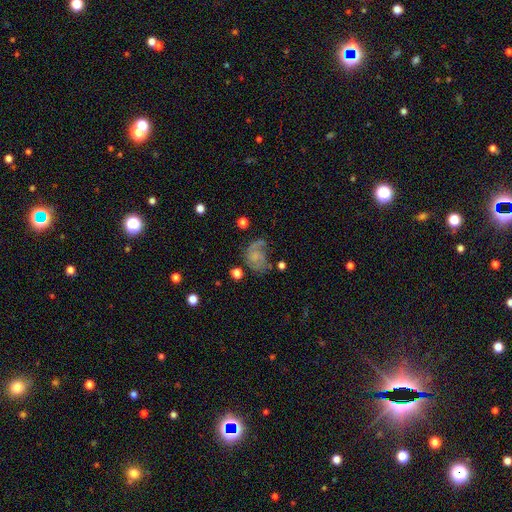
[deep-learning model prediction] Smooth or featured: featured or disk — 59% (smooth — 29%)
Edge-on disk: no — 98% (yes — 2%)
Bar: no — 73% (weak — 23%)
Spiral arms: yes — 81% (no — 19%)
Bulge size: small — 44% (none — 38%)
Merging: none — 39% (major disturbance — 30%)